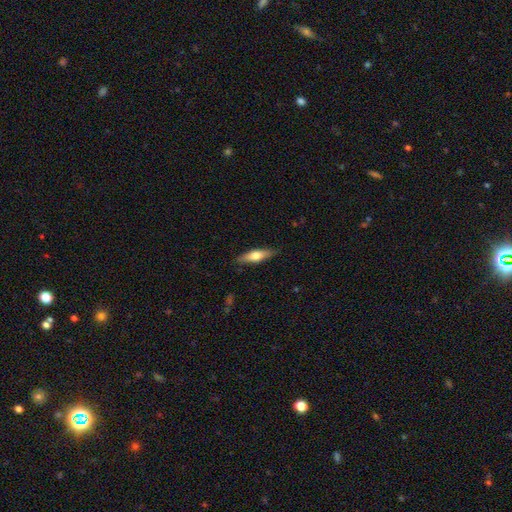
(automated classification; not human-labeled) Smooth or featured?
  - smooth: 56% *
  - featured or disk: 38%
  - star or artifact: 6%
How rounded?
  - cigar-shaped: 64% *
  - in between: 34%
  - round: 2%
Merging?
  - none: 86% *
  - minor disturbance: 10%
  - major disturbance: 2%
  - merger: 1%